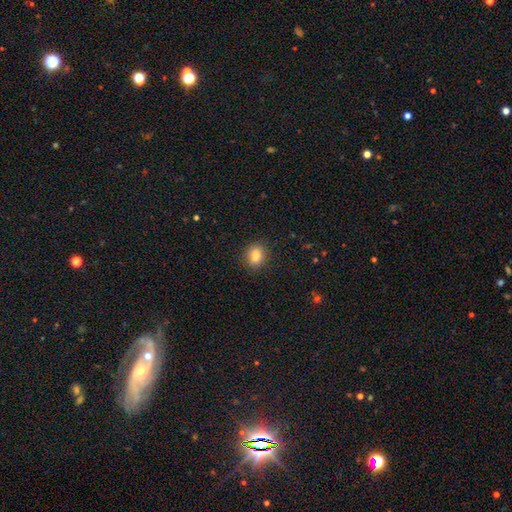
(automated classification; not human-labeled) smooth-or-featured: smooth: 83% | star or artifact: 10% | featured or disk: 7%
  how-rounded: round: 51% | in between: 48% | cigar-shaped: 1%
  merging: none: 89% | minor disturbance: 8% | major disturbance: 2% | merger: 1%